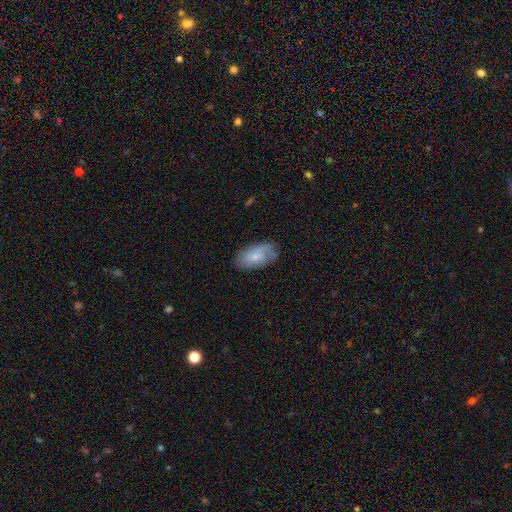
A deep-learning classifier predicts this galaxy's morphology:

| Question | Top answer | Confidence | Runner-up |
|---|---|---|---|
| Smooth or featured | smooth | 60% | featured or disk (34%) |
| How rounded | in between | 92% | cigar-shaped (4%) |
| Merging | none | 71% | minor disturbance (22%) |